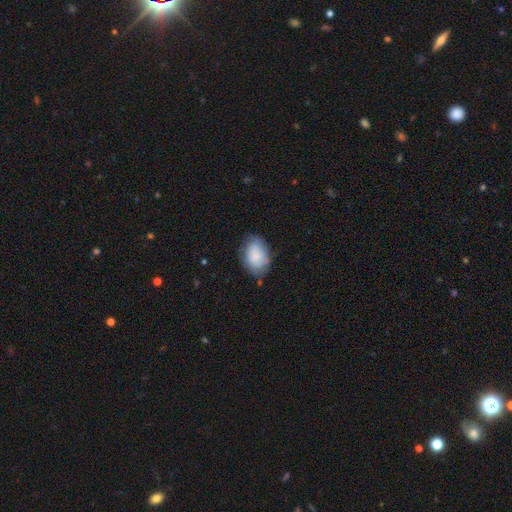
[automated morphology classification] smooth-or-featured: smooth: 78% | featured or disk: 15% | star or artifact: 7%
  how-rounded: in between: 84% | round: 15% | cigar-shaped: 1%
  merging: none: 68% | minor disturbance: 23% | major disturbance: 7% | merger: 2%